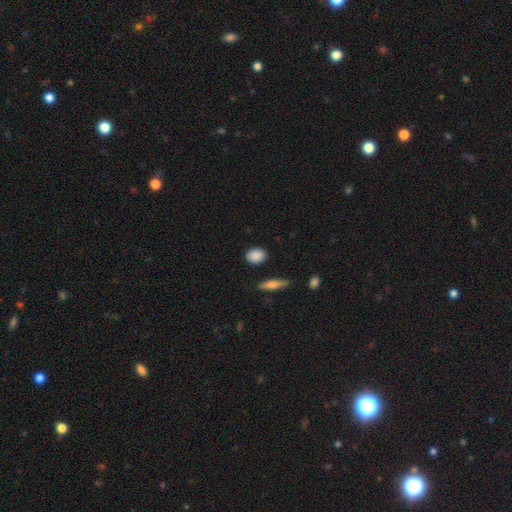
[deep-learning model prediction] Morphology: type=smooth (88%); roundness=round (51%); merging=none (87%).